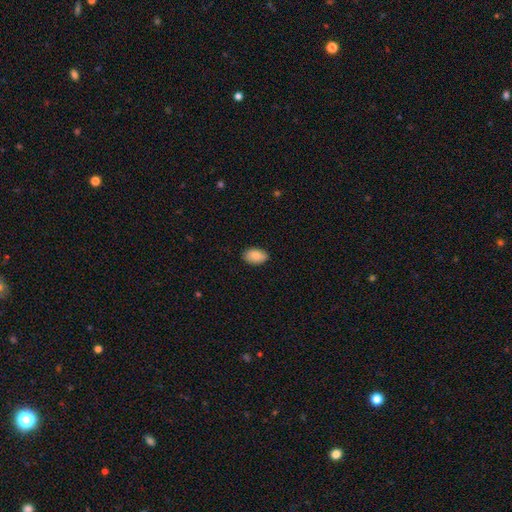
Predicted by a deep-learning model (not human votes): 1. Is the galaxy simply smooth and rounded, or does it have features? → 88% smooth, 6% star or artifact, 6% featured or disk.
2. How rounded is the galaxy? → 93% in between, 6% round, 1% cigar-shaped.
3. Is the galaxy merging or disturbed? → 87% none, 10% minor disturbance, 2% major disturbance, 1% merger.